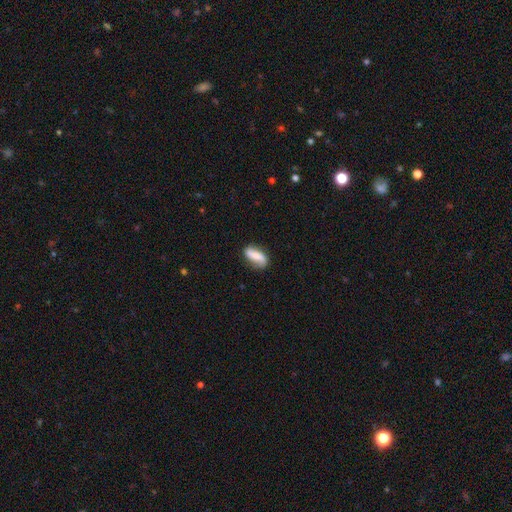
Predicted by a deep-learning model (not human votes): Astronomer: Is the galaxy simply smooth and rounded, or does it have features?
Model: smooth — 50% (runner-up: featured or disk, 42%).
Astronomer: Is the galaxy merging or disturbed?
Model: none — 70%.